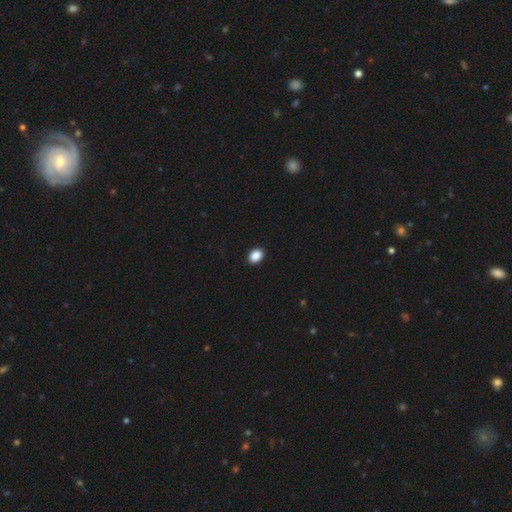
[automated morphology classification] Overall: smooth (89%). How rounded: in between (71%). Merging: none (91%).